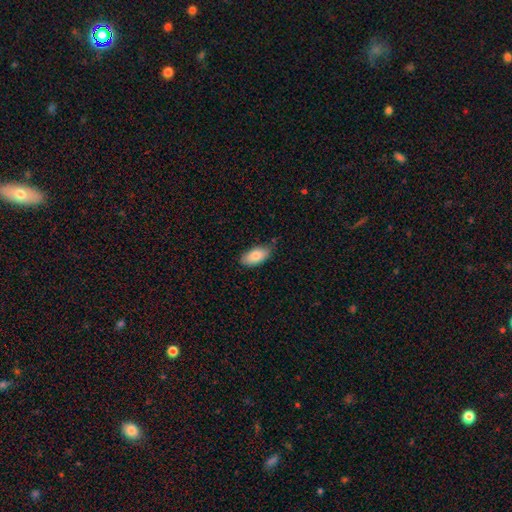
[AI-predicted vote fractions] A smooth galaxy with no disk features (83%) that is in between round and cigar-shaped (93%). Merging: none (70%).